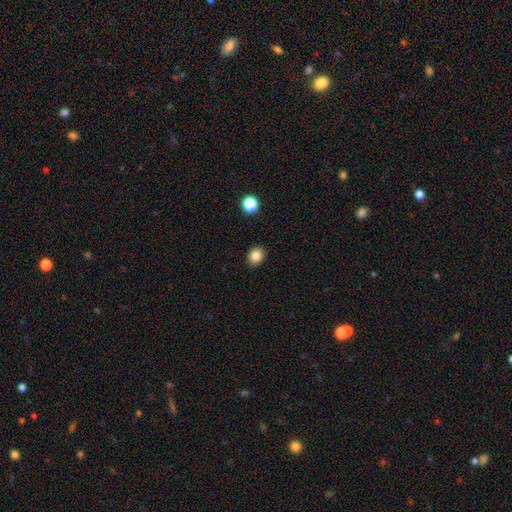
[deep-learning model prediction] The model was most divided on "how rounded": round: 60%, in between: 39%, cigar-shaped: 1%. More confident: merging — none (90%); smooth or featured — smooth (84%).